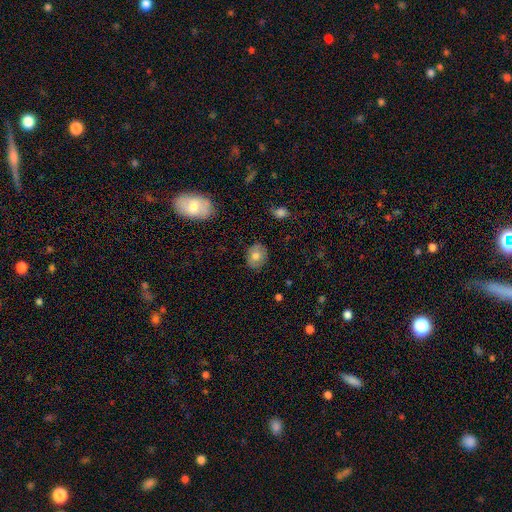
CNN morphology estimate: Overall: smooth (74%). How rounded: round (55%; in between 44%). Merging: none (85%).